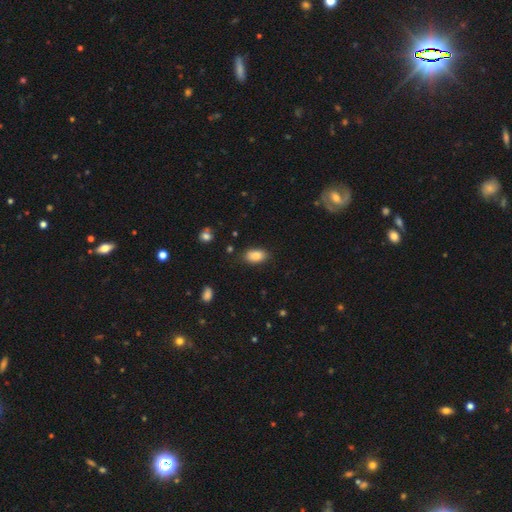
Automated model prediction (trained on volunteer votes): A smooth galaxy with no disk features (86%) that is in between round and cigar-shaped (92%).

Vote fractions:
- Smooth or featured? smooth: 86% / star or artifact: 8% / featured or disk: 6%
- How rounded? in between: 92% / round: 6% / cigar-shaped: 2%
- Merging? none: 83% / minor disturbance: 13% / major disturbance: 3% / merger: 2%